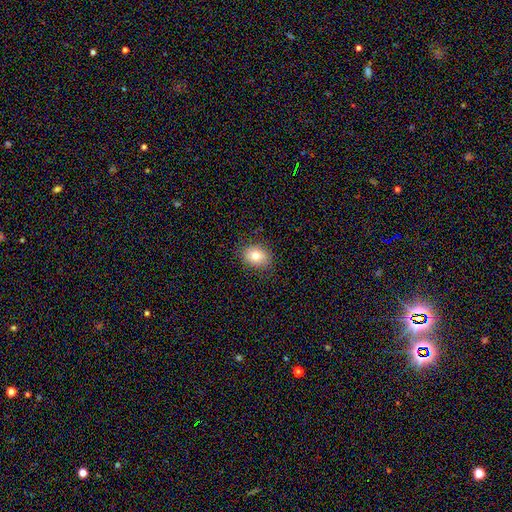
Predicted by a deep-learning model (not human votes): smooth 79%, featured or disk 11%, star or artifact 10%. Down the decision tree: how rounded — in between (56%); merging — none (85%).